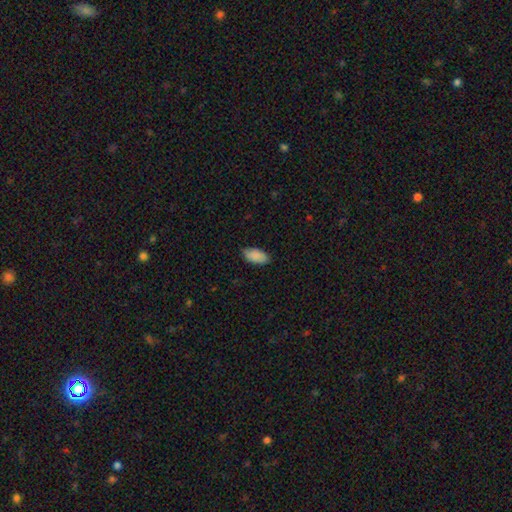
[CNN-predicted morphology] This appears to be a smooth galaxy with no disk features (89%) that is in between round and cigar-shaped (94%). Merging: none (81%).